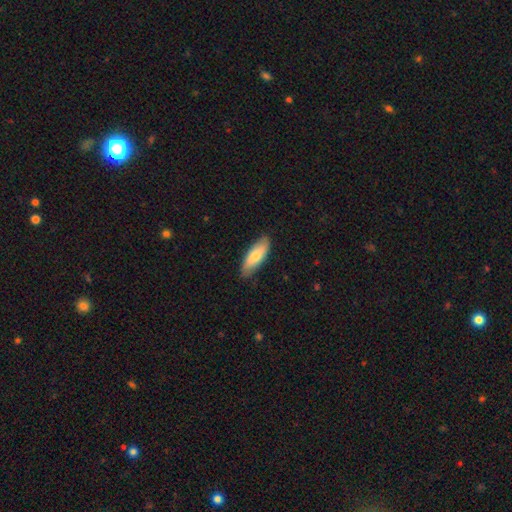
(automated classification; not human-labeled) smooth 75%, featured or disk 19%, star or artifact 5%. Down the decision tree: how rounded — in between (67%); merging — none (83%).